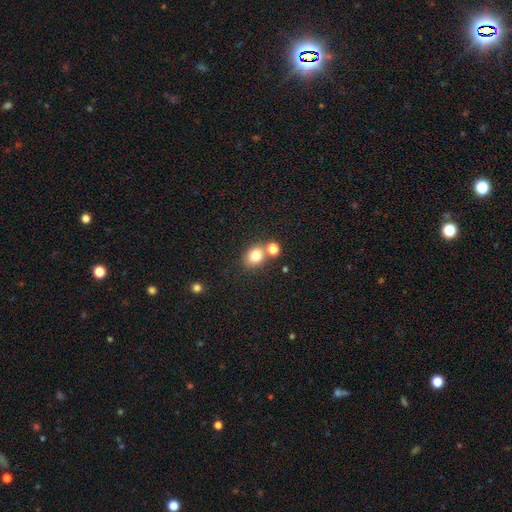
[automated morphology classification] This appears to be a smooth galaxy with no disk features (80%) that is round (61%). Merging: none (60%).